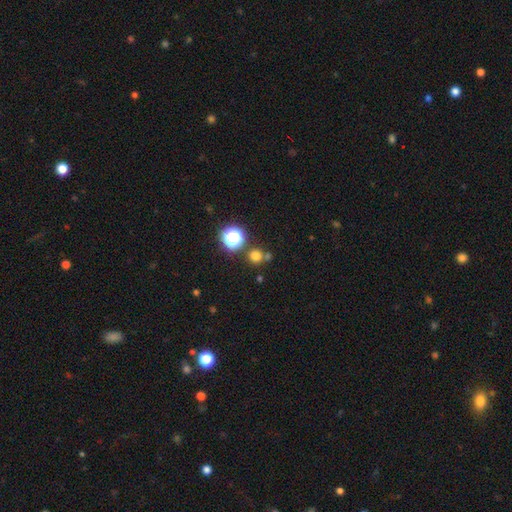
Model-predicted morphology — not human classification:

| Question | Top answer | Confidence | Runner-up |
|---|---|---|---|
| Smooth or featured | smooth | 70% | star or artifact (24%) |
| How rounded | round | 92% | in between (7%) |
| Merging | none | 73% | merger (16%) |